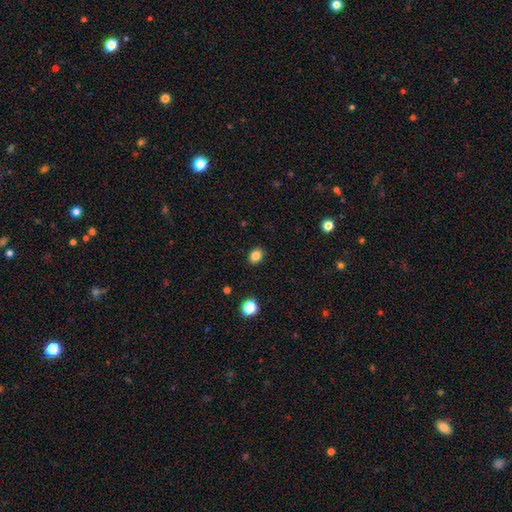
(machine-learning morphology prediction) smooth-or-featured: smooth: 85% | star or artifact: 11% | featured or disk: 4%
  how-rounded: in between: 60% | round: 39% | cigar-shaped: 1%
  merging: none: 89% | minor disturbance: 8% | major disturbance: 2% | merger: 1%